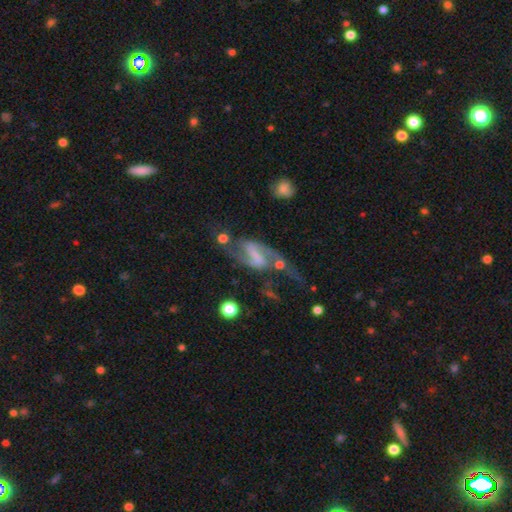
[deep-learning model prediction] Smooth or featured? Predicted: featured or disk (p=0.87). Edge-on disk? Predicted: no (p=0.97). Bar? Predicted: strong (p=0.53). Spiral arms? Predicted: yes (p=0.96). Spiral winding? Predicted: loose (p=0.49). Spiral arm count? Predicted: 2 (p=0.93). Bulge size? Predicted: none (p=0.47). Merging? Predicted: none (p=0.51).